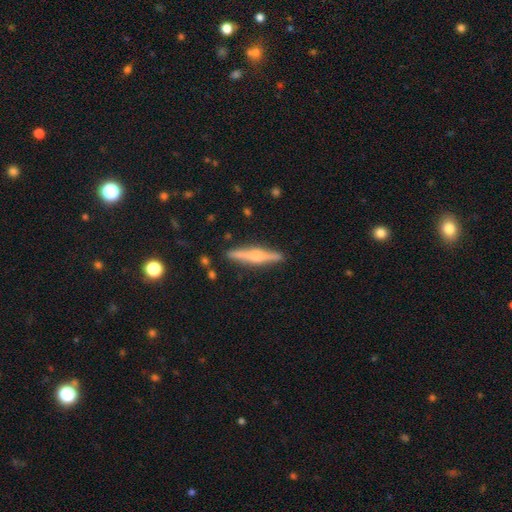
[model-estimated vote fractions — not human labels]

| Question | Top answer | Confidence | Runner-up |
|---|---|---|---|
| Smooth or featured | featured or disk | 66% | smooth (28%) |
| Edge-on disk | yes | 98% | no (2%) |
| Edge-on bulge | rounded | 83% | boxy (11%) |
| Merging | none | 89% | minor disturbance (7%) |